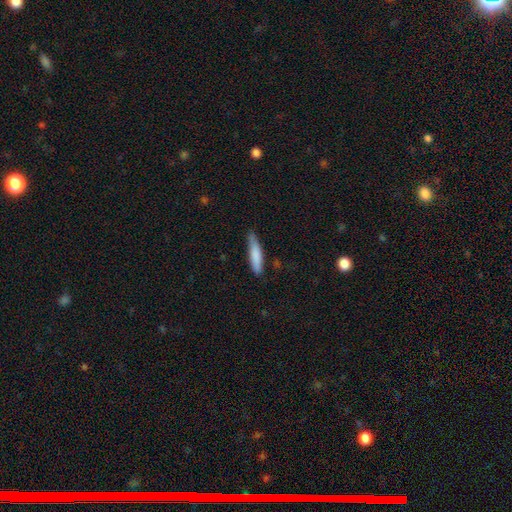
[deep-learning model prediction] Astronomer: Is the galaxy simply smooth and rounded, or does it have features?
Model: smooth — 80%.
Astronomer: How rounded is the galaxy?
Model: cigar-shaped — 84%.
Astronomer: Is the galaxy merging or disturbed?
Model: none — 72%.